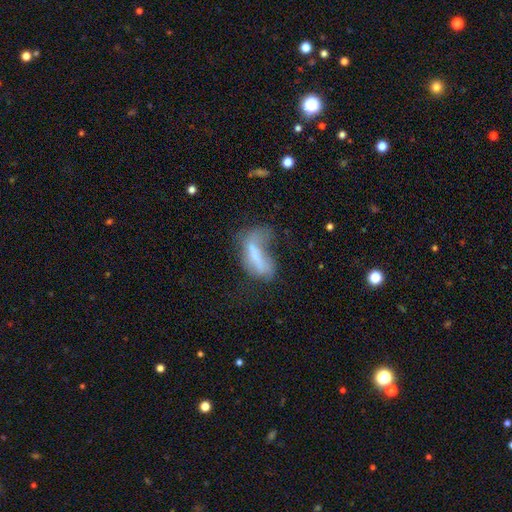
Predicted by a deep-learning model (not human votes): A smooth galaxy with no disk features (56%) that is in between round and cigar-shaped (58%).

Vote fractions:
- Smooth or featured? smooth: 56% / featured or disk: 33% / star or artifact: 11%
- How rounded? in between: 58% / cigar-shaped: 39% / round: 3%
- Merging? major disturbance: 46% / minor disturbance: 22% / none: 21% / merger: 10%